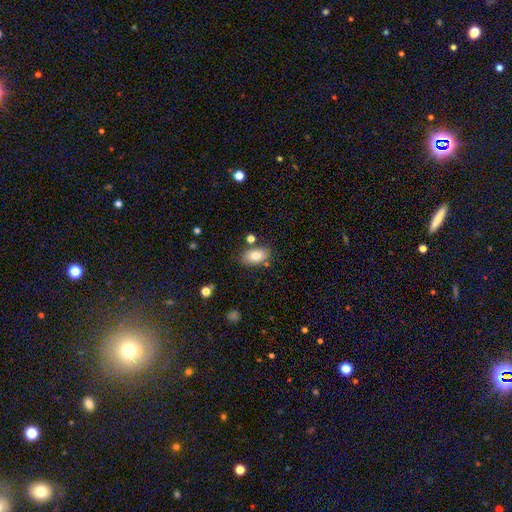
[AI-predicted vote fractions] A smooth galaxy with no disk features (79%) that is in between round and cigar-shaped (91%).

Vote fractions:
- Smooth or featured? smooth: 79% / featured or disk: 13% / star or artifact: 8%
- How rounded? in between: 91% / round: 7% / cigar-shaped: 2%
- Merging? none: 78% / minor disturbance: 13% / merger: 6% / major disturbance: 3%